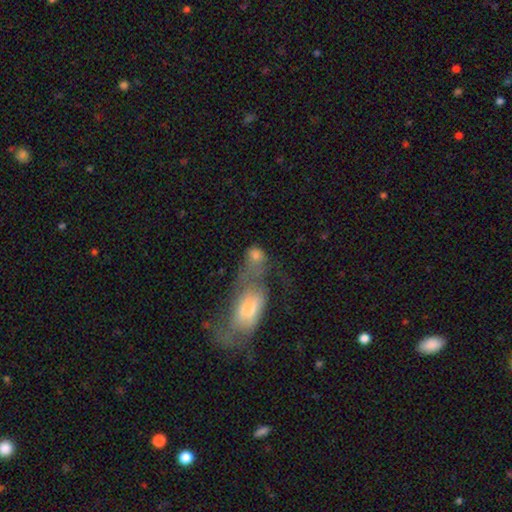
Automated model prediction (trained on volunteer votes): smooth 69%, featured or disk 19%, star or artifact 11%. Down the decision tree: how rounded — in between (59%); merging — merger (52%).